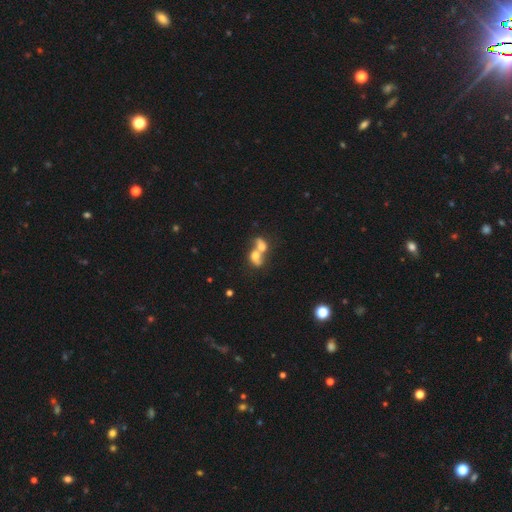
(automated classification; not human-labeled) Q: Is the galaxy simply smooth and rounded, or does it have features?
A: smooth — 63%.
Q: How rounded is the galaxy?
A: in between — 63%.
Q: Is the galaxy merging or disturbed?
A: merger — 78%.